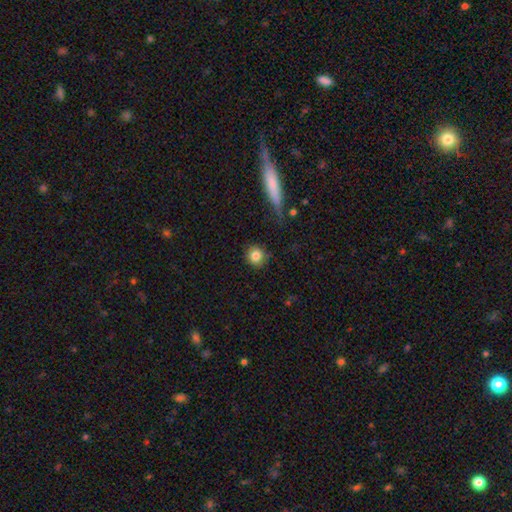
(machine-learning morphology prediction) type=smooth (83%); roundness=round (89%); merging=none (83%).